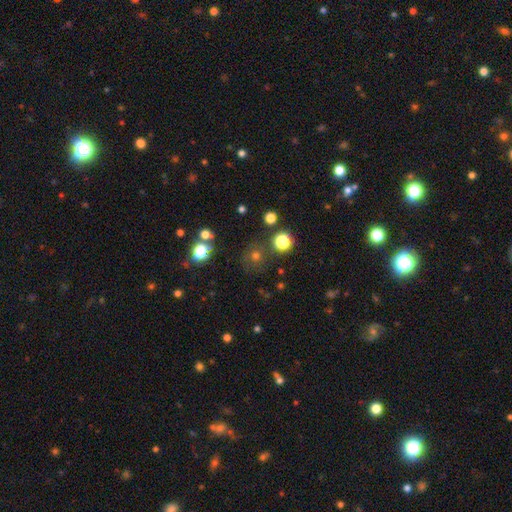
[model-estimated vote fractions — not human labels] smooth_or_featured: smooth (p=0.55) [alt: star or artifact p=0.34]
how_rounded: round (p=0.90) [alt: in between p=0.09]
merging: none (p=0.79) [alt: minor disturbance p=0.10]